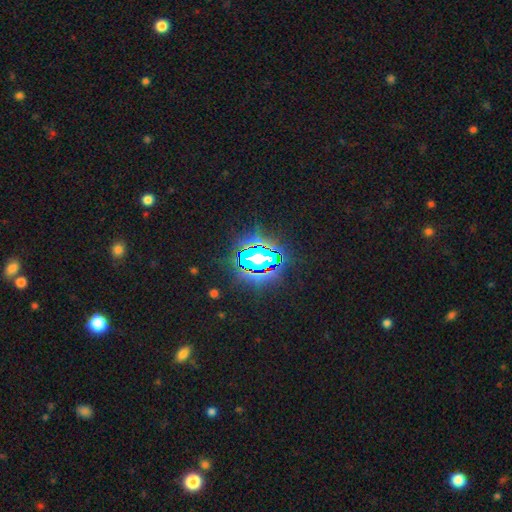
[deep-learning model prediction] Overall: star or artifact (80%).